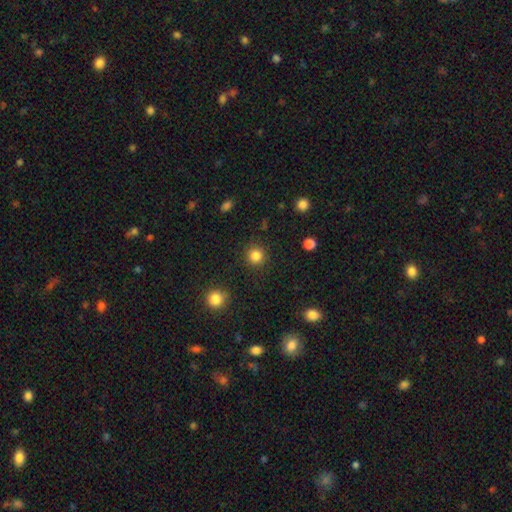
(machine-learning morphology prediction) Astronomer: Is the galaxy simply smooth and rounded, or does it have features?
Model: smooth — 84%.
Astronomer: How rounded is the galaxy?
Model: round — 93%.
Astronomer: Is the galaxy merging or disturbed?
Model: none — 90%.